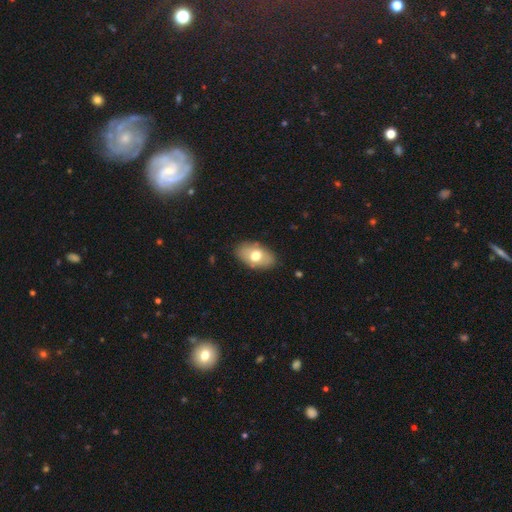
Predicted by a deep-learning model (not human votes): Overall: smooth (67%). How rounded: in between (92%). Merging: none (84%).